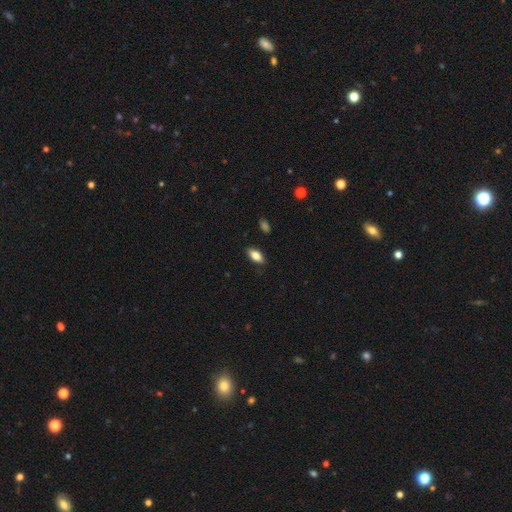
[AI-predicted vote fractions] Morphology: type=smooth (81%); roundness=in between (88%); merging=none (86%).